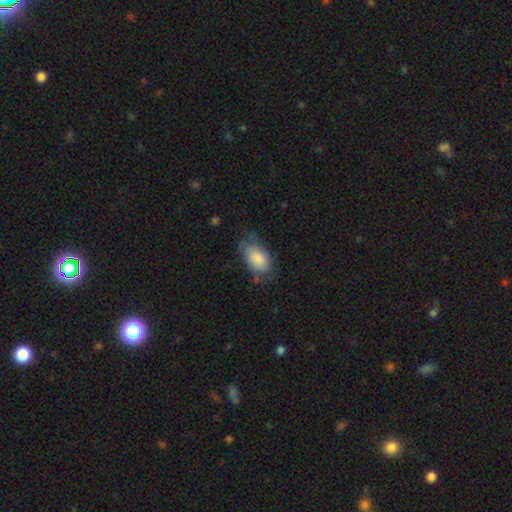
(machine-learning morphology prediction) Q: Smooth or featured?
A: smooth (80%); runner-up: featured or disk (14%)
Q: How rounded?
A: in between (92%); runner-up: round (5%)
Q: Merging?
A: none (61%); runner-up: minor disturbance (28%)